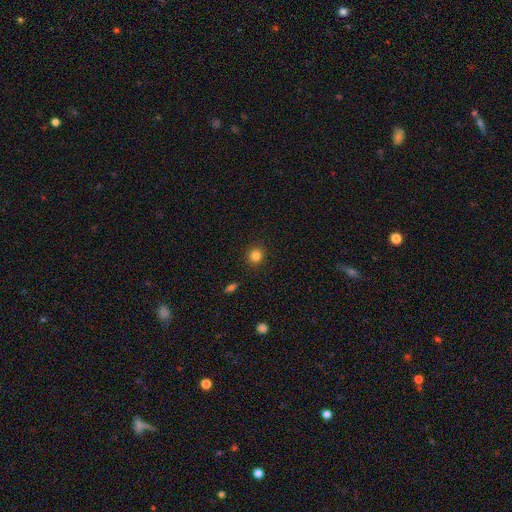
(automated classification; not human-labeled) A smooth galaxy with no disk features (83%) that is round (91%). Merging: none (91%).